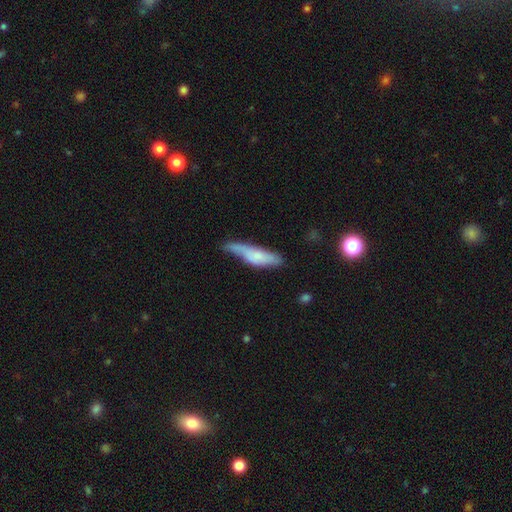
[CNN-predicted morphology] Smooth or featured? smooth (61%)
How rounded? cigar-shaped (66%)
Merging? minor disturbance (39%)